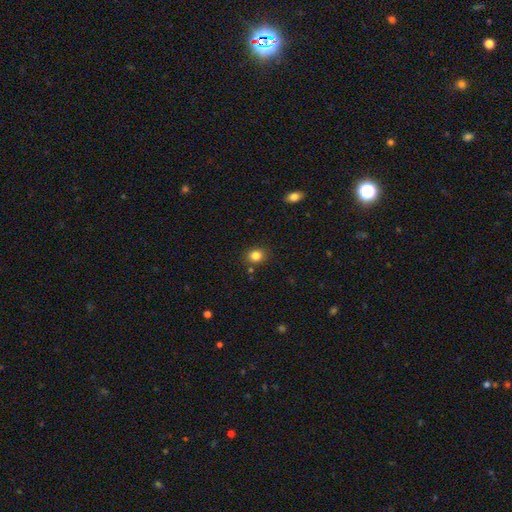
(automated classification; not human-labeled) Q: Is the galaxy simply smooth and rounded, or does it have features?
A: smooth — 83%.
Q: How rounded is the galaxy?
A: round — 67%.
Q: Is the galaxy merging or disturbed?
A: none — 84%.